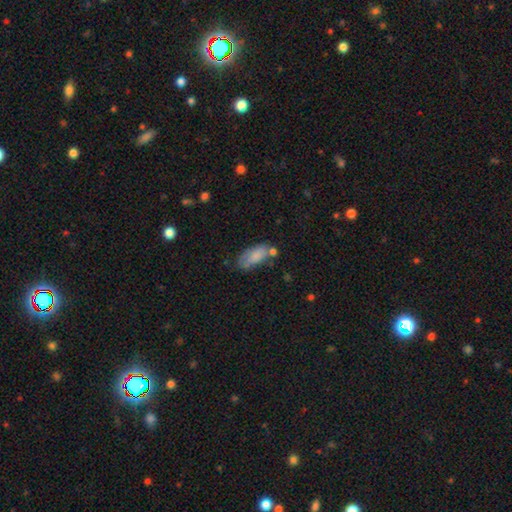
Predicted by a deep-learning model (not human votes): Morphology: type=smooth (79%); roundness=in between (88%); merging=none (50%).